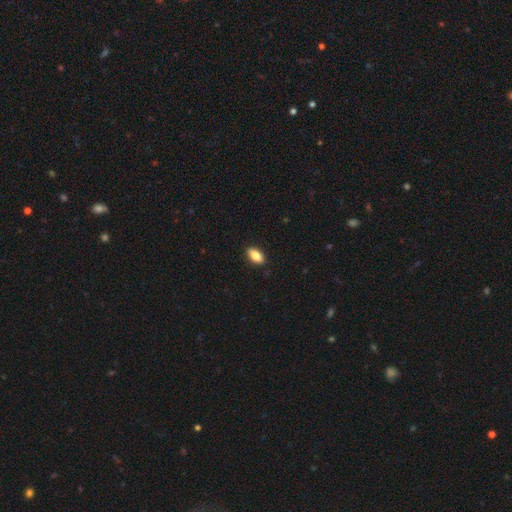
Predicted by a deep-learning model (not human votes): This appears to be a smooth galaxy with no disk features (84%) that is in between round and cigar-shaped (89%). Merging: none (89%).